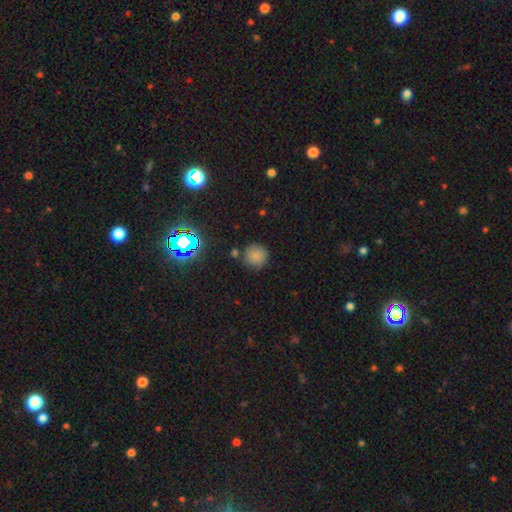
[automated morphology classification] smooth_or_featured: smooth (p=0.76) [alt: star or artifact p=0.18]
how_rounded: round (p=0.93) [alt: in between p=0.06]
merging: none (p=0.80) [alt: minor disturbance p=0.11]